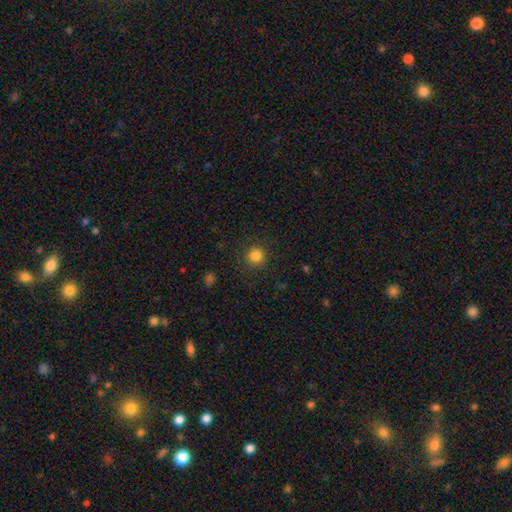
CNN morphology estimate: Smooth or featured? smooth (83%)
How rounded? round (93%)
Merging? none (88%)